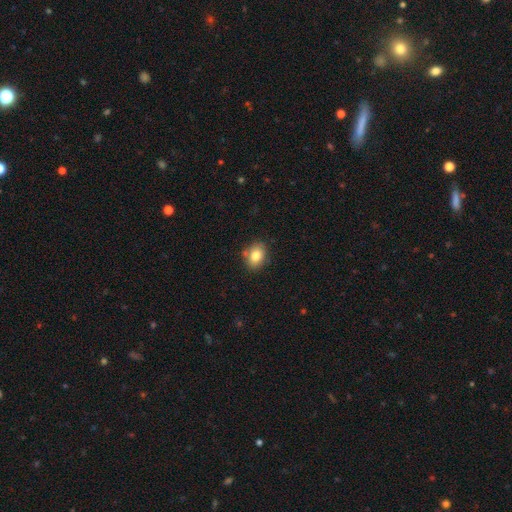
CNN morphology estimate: A smooth galaxy with no disk features (81%) that is in between round and cigar-shaped (61%). Merging: none (78%).